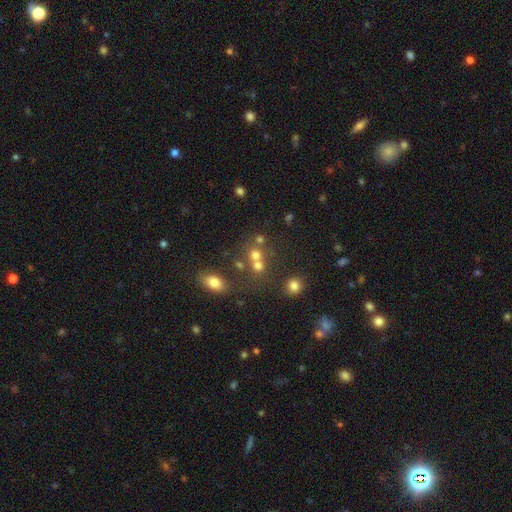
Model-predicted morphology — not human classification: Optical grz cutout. It shows a smooth galaxy with no disk features (66%) that is round (81%). Merging: merger (44%).